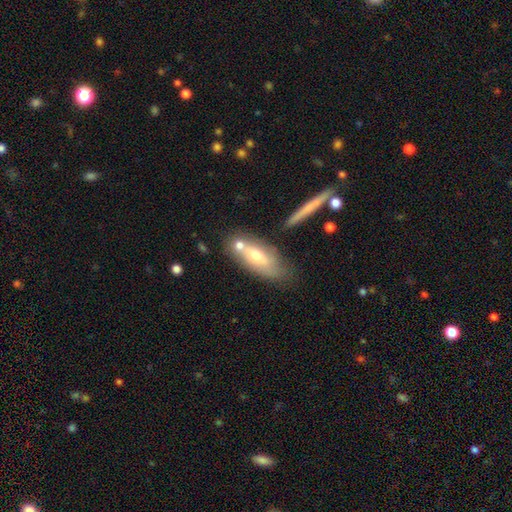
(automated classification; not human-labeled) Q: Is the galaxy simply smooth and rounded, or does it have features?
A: smooth — 56%.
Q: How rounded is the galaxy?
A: in between — 66%.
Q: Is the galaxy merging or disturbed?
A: none — 51%.